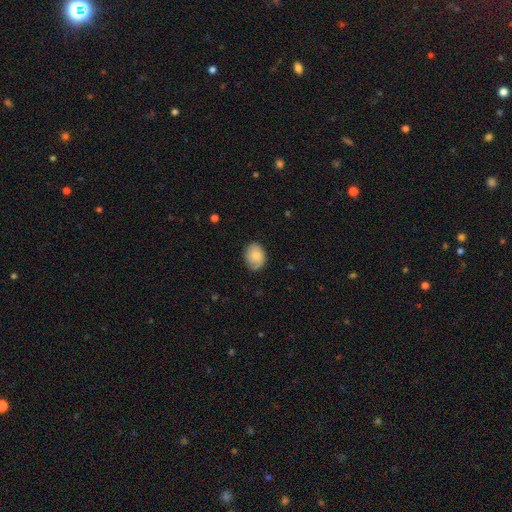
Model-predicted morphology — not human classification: smooth 72%, featured or disk 21%, star or artifact 7%. Down the decision tree: how rounded — in between (55%); merging — none (73%).